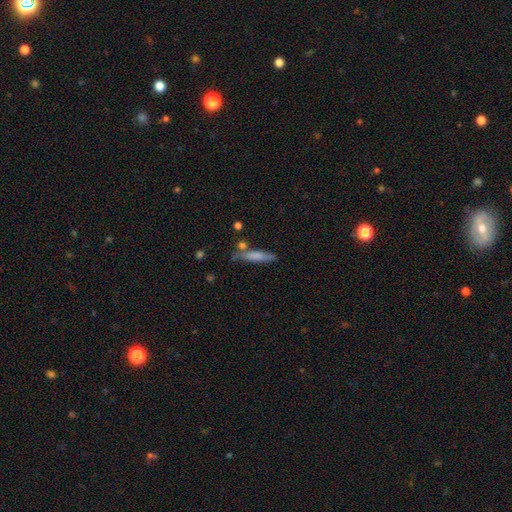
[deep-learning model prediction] smooth-or-featured: smooth: 67% | featured or disk: 26% | star or artifact: 7%
  how-rounded: cigar-shaped: 85% | in between: 13% | round: 2%
  merging: none: 66% | minor disturbance: 19% | merger: 10% | major disturbance: 5%